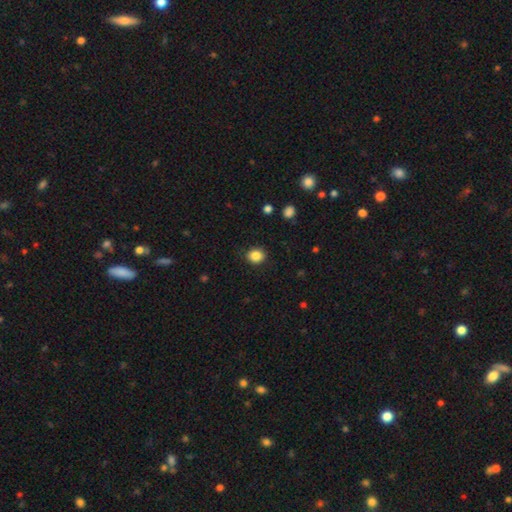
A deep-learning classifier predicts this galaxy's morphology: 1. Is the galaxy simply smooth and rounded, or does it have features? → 86% smooth, 10% star or artifact, 4% featured or disk.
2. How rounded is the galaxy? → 70% round, 29% in between, 1% cigar-shaped.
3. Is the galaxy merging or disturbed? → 87% none, 9% minor disturbance, 3% major disturbance, 1% merger.